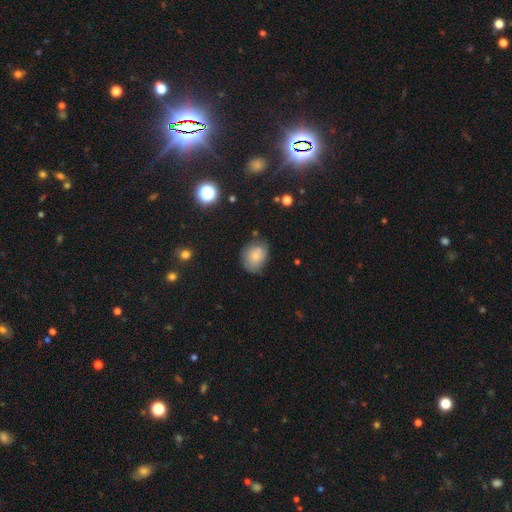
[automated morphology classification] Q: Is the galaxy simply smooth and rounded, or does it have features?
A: smooth — 74%.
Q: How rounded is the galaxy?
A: in between — 52%.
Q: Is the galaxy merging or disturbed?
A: none — 61%.